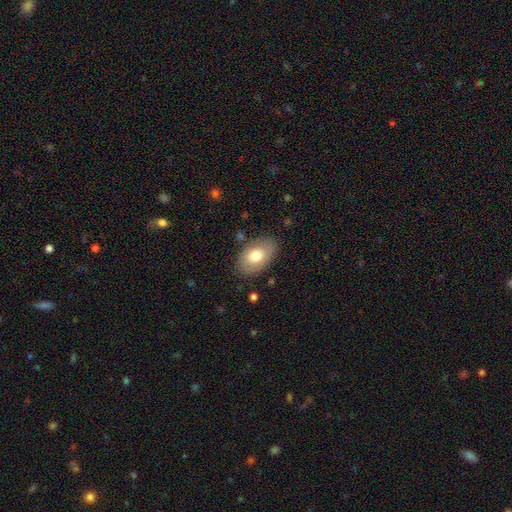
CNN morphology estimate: type=smooth (65%); roundness=in between (88%); merging=none (81%).